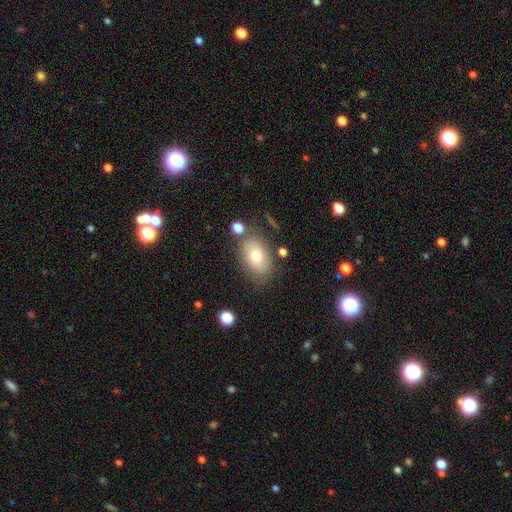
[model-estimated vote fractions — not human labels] smooth_or_featured: smooth (p=0.75) [alt: featured or disk p=0.16]
how_rounded: in between (p=0.87) [alt: round p=0.11]
merging: none (p=0.74) [alt: minor disturbance p=0.15]